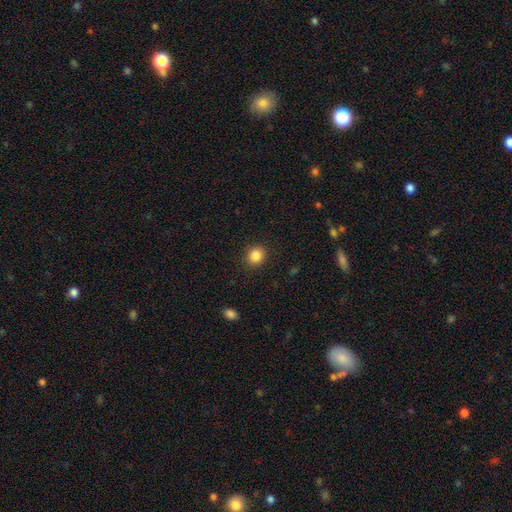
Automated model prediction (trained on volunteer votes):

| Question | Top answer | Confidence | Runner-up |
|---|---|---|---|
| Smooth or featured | smooth | 86% | star or artifact (10%) |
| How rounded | round | 77% | in between (22%) |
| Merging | none | 90% | minor disturbance (7%) |